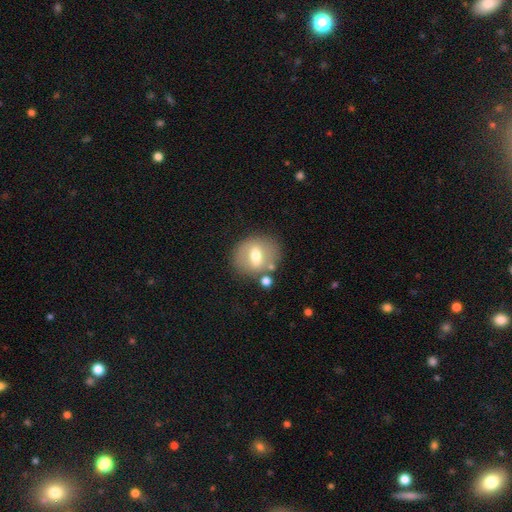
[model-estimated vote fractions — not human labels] This appears to be a smooth galaxy with no disk features (51%) that is round (70%). Merging: none (74%).